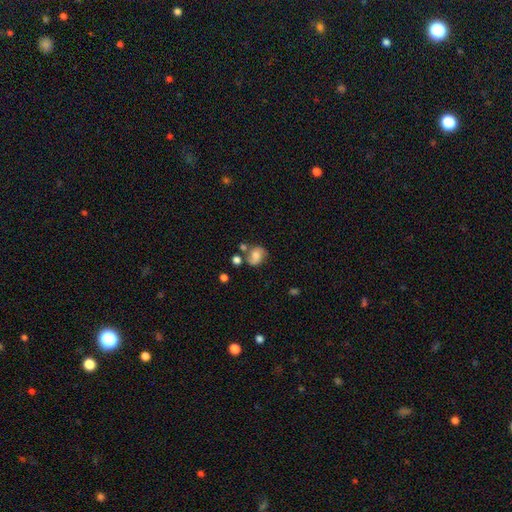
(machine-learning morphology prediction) Smooth or featured? Predicted: smooth (p=0.47). Merging? Predicted: none (p=0.51).